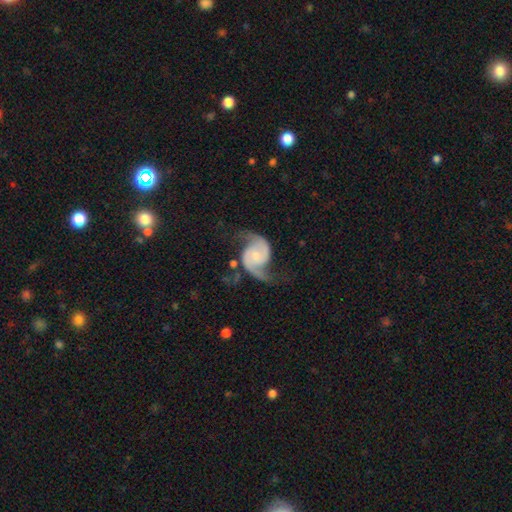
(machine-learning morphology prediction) featured or disk 91%, smooth 5%, star or artifact 4%. Down the decision tree: edge-on disk — no (98%); bar — no (67%); spiral arms — yes (98%); spiral arm count — 2 (94%); spiral winding — loose (47%); bulge size — small (51%); merging — none (69%).